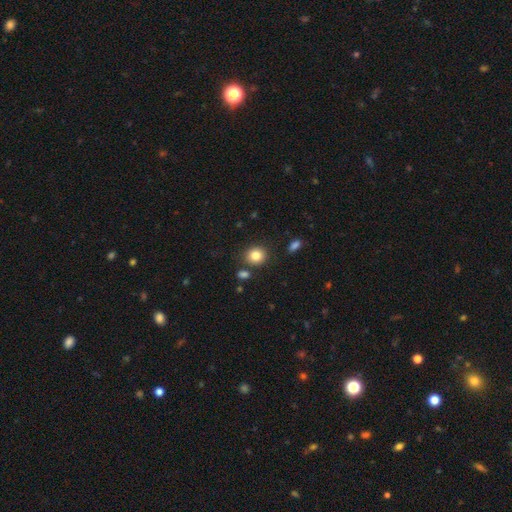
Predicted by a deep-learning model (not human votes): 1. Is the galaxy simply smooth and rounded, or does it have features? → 83% smooth, 10% star or artifact, 7% featured or disk.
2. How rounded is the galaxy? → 79% round, 20% in between, 1% cigar-shaped.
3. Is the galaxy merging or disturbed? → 83% none, 9% minor disturbance, 6% merger, 3% major disturbance.